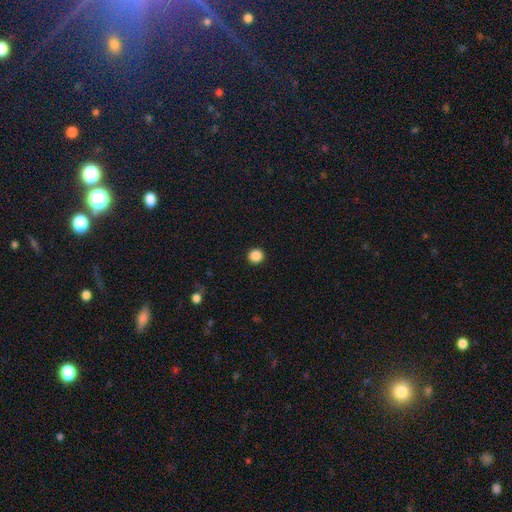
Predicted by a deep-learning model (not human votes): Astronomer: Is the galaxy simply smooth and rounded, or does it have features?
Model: smooth — 87%.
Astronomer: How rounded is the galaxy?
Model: round — 95%.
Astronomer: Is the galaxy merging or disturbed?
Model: none — 94%.